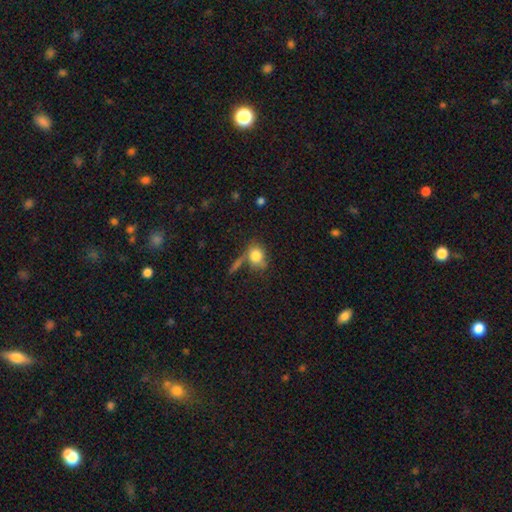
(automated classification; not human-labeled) Smooth or featured?
  - smooth: 79% *
  - featured or disk: 11%
  - star or artifact: 9%
How rounded?
  - round: 52% *
  - in between: 46%
  - cigar-shaped: 2%
Merging?
  - none: 52% *
  - minor disturbance: 19%
  - merger: 18%
  - major disturbance: 10%